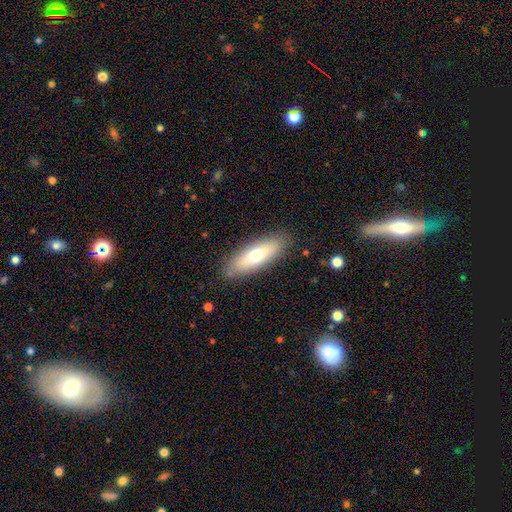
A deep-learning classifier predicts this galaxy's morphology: A smooth galaxy with no disk features (64%) that is in between round and cigar-shaped (58%). Merging: none (85%).